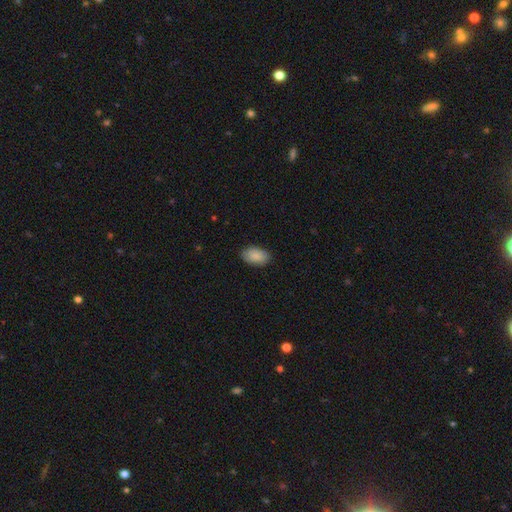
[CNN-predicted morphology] A smooth galaxy with no disk features (89%) that is in between round and cigar-shaped (93%).

Vote fractions:
- Smooth or featured? smooth: 89% / star or artifact: 6% / featured or disk: 5%
- How rounded? in between: 93% / round: 5% / cigar-shaped: 1%
- Merging? none: 87% / minor disturbance: 10% / major disturbance: 2% / merger: 1%